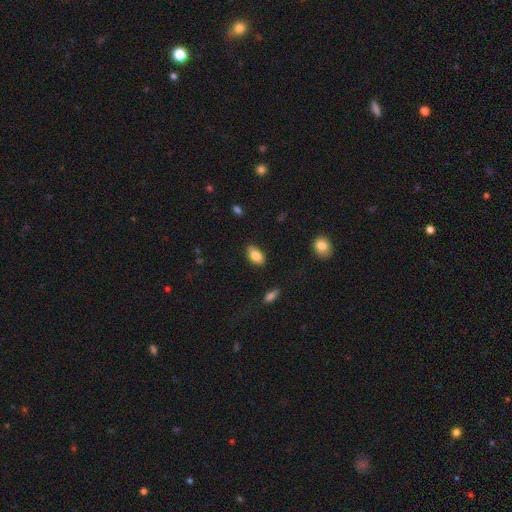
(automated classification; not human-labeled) A smooth galaxy with no disk features (81%) that is in between round and cigar-shaped (91%). Merging: none (80%).